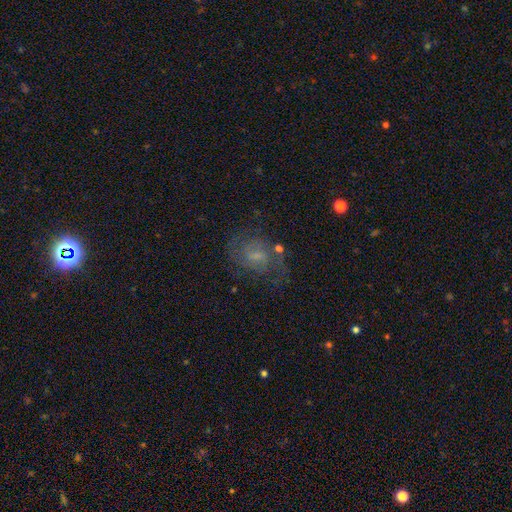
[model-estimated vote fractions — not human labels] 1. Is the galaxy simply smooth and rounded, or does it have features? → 66% featured or disk, 22% smooth, 13% star or artifact.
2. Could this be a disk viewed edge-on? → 97% no, 3% yes.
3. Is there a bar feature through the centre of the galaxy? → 52% weak, 38% no, 9% strong.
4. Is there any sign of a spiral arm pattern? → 87% yes, 13% no.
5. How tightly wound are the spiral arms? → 50% medium, 29% tight, 21% loose.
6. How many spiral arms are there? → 68% 2, 19% can't tell, 5% 3, 4% 1, 2% 4, 2% more than 4.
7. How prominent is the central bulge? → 50% small, 28% moderate, 18% none, 3% large, 1% dominant.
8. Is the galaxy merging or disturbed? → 62% none, 19% minor disturbance, 15% major disturbance, 4% merger.